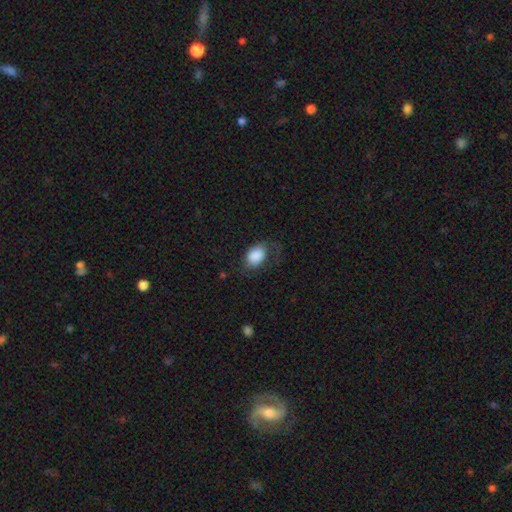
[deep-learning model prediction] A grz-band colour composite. It shows a smooth galaxy with no disk features (81%) that is in between round and cigar-shaped (79%). Merging: none (42%).